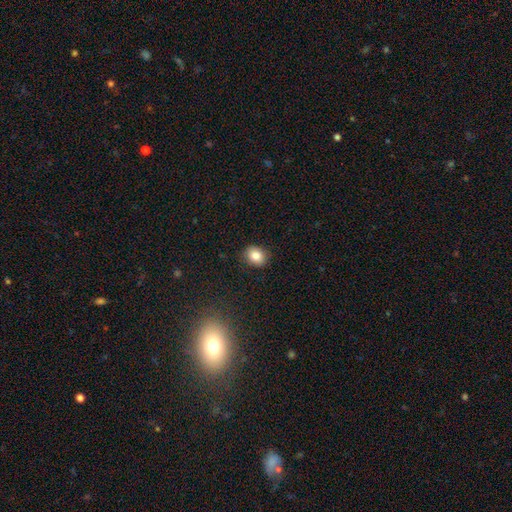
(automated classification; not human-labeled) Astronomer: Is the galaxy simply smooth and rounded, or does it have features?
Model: smooth — 84%.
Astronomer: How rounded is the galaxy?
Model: round — 59% (runner-up: in between, 40%).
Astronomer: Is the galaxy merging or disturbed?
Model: none — 87%.